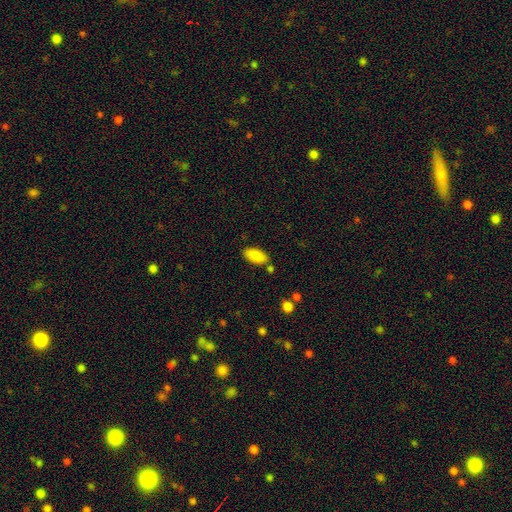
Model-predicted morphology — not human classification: Overall: smooth (86%). How rounded: in between (93%). Merging: none (79%).